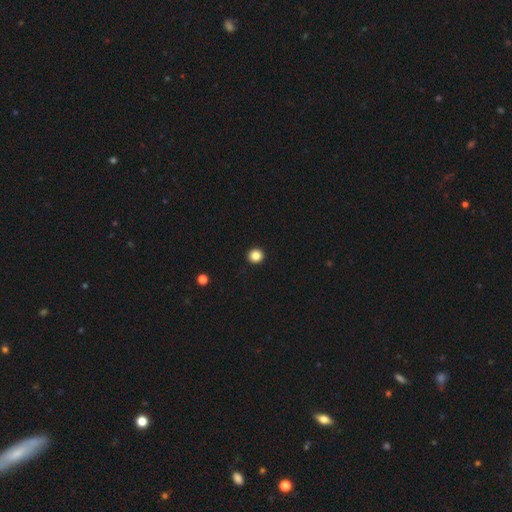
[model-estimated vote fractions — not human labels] Overall: smooth (85%). How rounded: round (94%). Merging: none (94%).